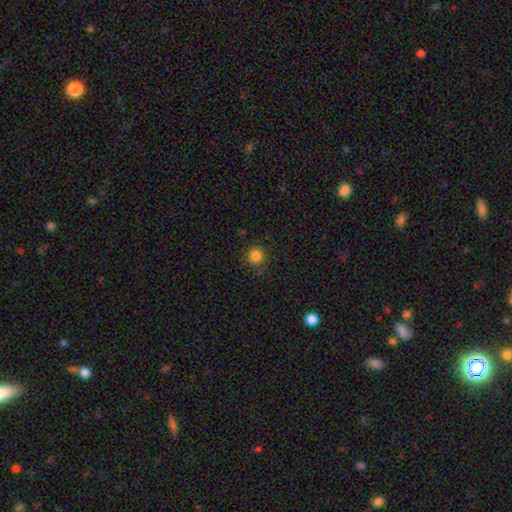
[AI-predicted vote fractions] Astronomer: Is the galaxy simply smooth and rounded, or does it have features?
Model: smooth — 83%.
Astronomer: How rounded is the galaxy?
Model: round — 94%.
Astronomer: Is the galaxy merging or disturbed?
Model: none — 86%.